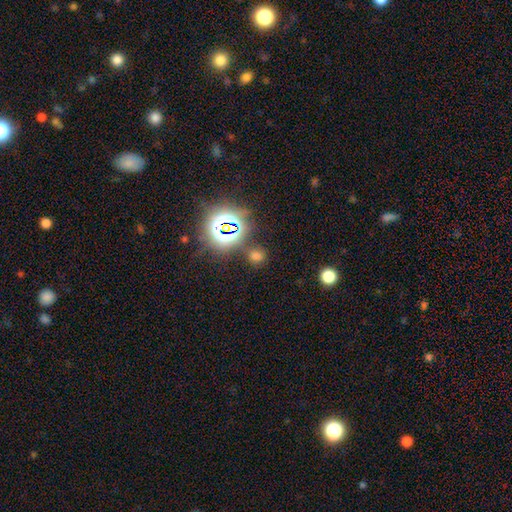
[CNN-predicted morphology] This is possibly a smooth galaxy (52%). How rounded: likely round (70%). Merging: likely none (71%).